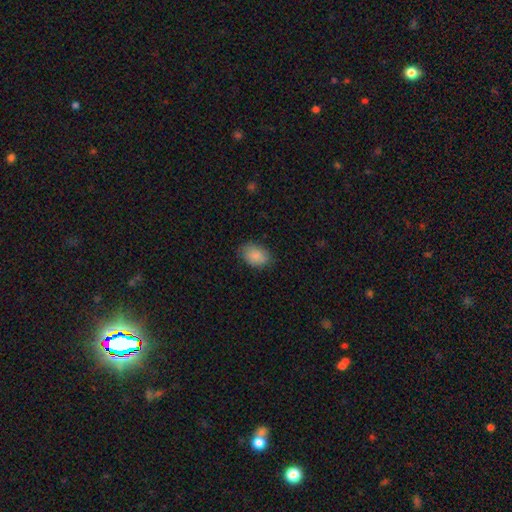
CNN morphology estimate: Overall: smooth (87%). How rounded: in between (81%). Merging: none (78%).